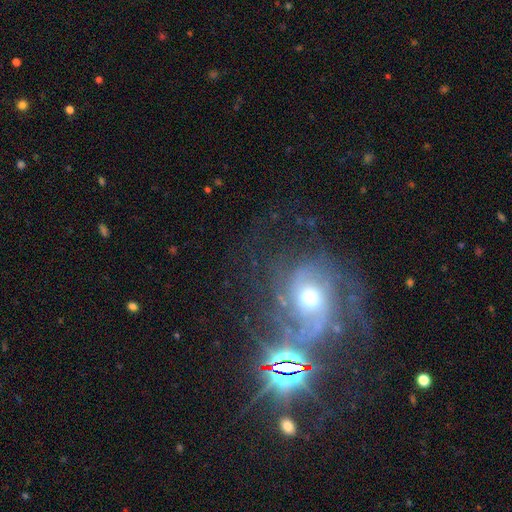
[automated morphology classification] A featured or disk galaxy (70%) with no bar (62%), 2 (39%) medium (44%) spiral arms (89%) and a moderate central bulge (61%).

Vote fractions:
- Smooth or featured? featured or disk: 70% / star or artifact: 20% / smooth: 10%
- Edge-on disk? no: 96% / yes: 4%
- Bar? no: 62% / weak: 27% / strong: 10%
- Spiral arms? yes: 89% / no: 11%
- Spiral winding? medium: 44% / tight: 37% / loose: 19%
- Spiral arm count? 2: 39% / can't tell: 27% / 3: 15% / 1: 7% / 4: 6% / more than 4: 5%
- Bulge size? moderate: 61% / small: 28% / large: 7% / dominant: 2% / none: 2%
- Merging? none: 48% / major disturbance: 25% / minor disturbance: 17% / merger: 9%